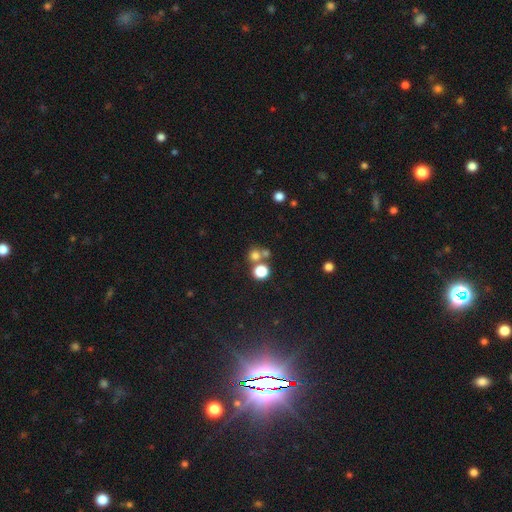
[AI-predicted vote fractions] Smooth or featured? smooth (72%)
How rounded? round (88%)
Merging? none (57%)